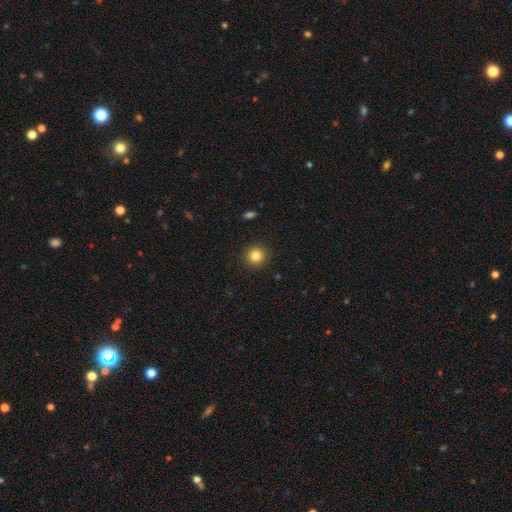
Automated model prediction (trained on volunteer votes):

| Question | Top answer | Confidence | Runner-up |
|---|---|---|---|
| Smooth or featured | smooth | 83% | star or artifact (11%) |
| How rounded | round | 95% | in between (4%) |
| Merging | none | 92% | minor disturbance (5%) |